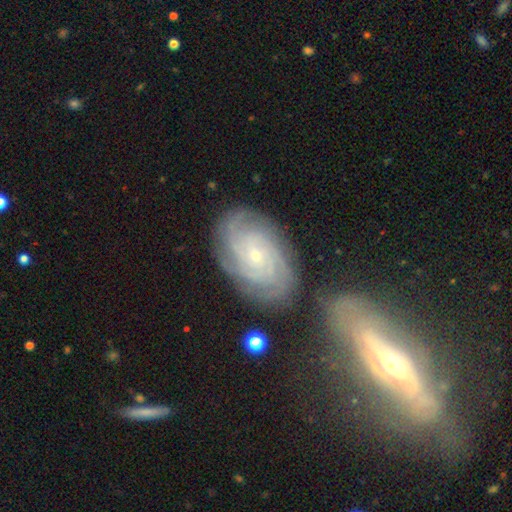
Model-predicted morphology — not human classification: The model was most divided on "spiral arm count": 4: 31%, can't tell: 24%, 3: 17%, more than 4: 13%, 2: 9%, 1: 6%. More confident: spiral arms — yes (97%); edge-on disk — no (96%); smooth or featured — featured or disk (83%); bulge size — small (80%); spiral winding — tight (77%); merging — none (76%); bar — no (74%).